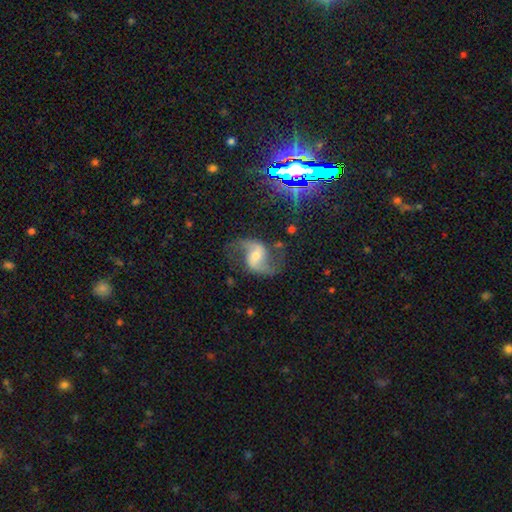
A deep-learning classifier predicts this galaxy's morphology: A featured or disk galaxy (86%) with a weak bar (44%), 2 (93%) loose (62%) spiral arms (96%) and a moderate central bulge (51%).

Vote fractions:
- Smooth or featured? featured or disk: 86% / star or artifact: 7% / smooth: 7%
- Edge-on disk? no: 97% / yes: 3%
- Bar? weak: 44% / no: 31% / strong: 25%
- Spiral arms? yes: 96% / no: 4%
- Spiral winding? loose: 62% / medium: 33% / tight: 6%
- Spiral arm count? 2: 93% / can't tell: 2% / 1: 2% / 3: 1% / 4: 1% / more than 4: 1%
- Bulge size? moderate: 51% / small: 40% / large: 5% / none: 3% / dominant: 1%
- Merging? none: 75% / minor disturbance: 14% / major disturbance: 9% / merger: 2%